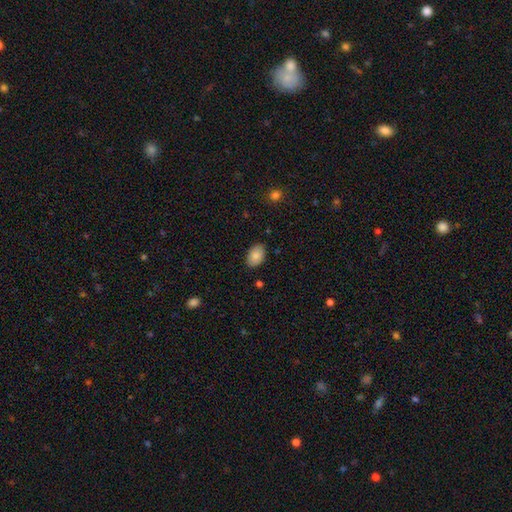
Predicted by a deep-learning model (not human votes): This appears to be a smooth galaxy with no disk features (85%) that is in between round and cigar-shaped (89%). Merging: none (86%).